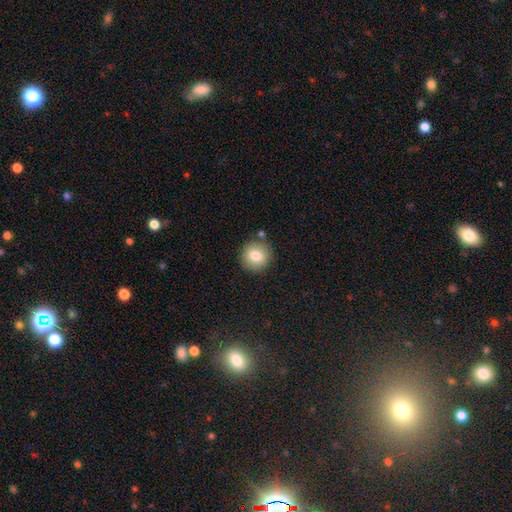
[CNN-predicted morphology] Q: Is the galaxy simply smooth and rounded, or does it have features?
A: smooth — 80%.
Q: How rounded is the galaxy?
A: round — 91%.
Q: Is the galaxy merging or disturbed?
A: none — 85%.